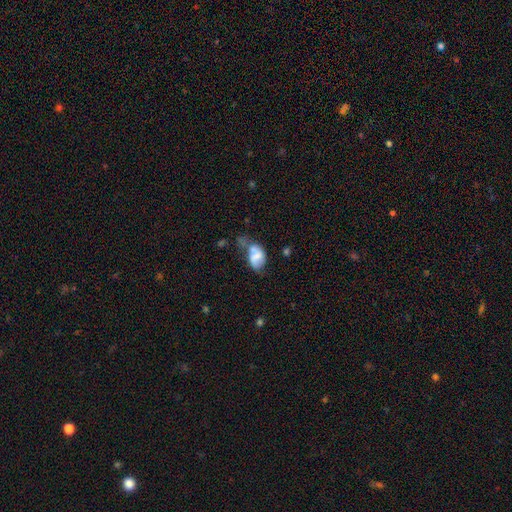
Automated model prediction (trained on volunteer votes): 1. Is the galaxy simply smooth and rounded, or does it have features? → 54% smooth, 37% featured or disk, 9% star or artifact.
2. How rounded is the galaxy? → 83% in between, 15% round, 2% cigar-shaped.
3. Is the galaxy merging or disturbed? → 28% merger, 26% minor disturbance, 25% none, 21% major disturbance.